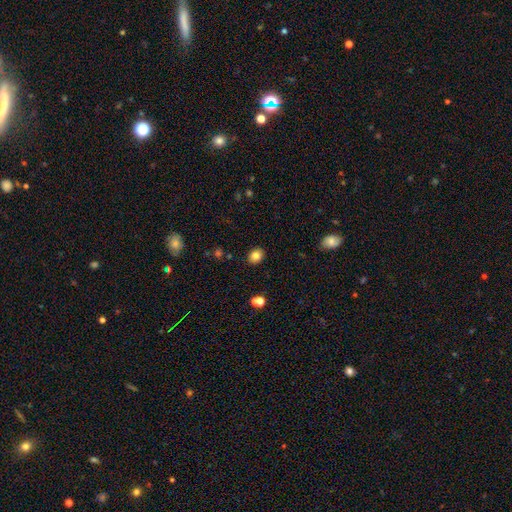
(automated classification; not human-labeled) Overall: smooth (83%). How rounded: round (58%; in between 41%). Merging: none (89%).